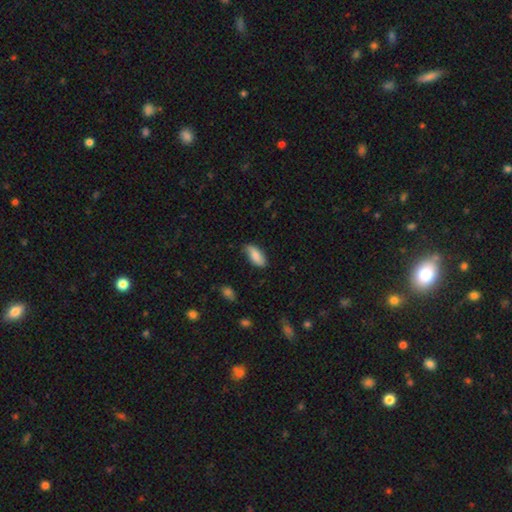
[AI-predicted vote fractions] The model was most divided on "merging": none: 74%, minor disturbance: 21%, major disturbance: 3%, merger: 2%. More confident: how rounded — in between (87%); smooth or featured — smooth (80%).